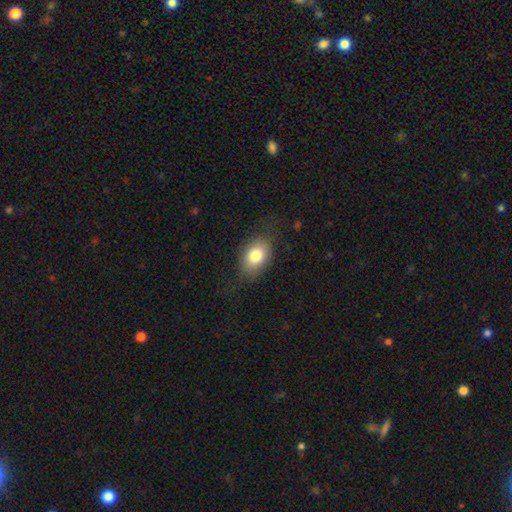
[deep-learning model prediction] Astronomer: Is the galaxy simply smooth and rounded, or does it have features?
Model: smooth — 80%.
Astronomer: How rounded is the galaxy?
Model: in between — 83%.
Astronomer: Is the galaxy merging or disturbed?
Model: none — 75%.